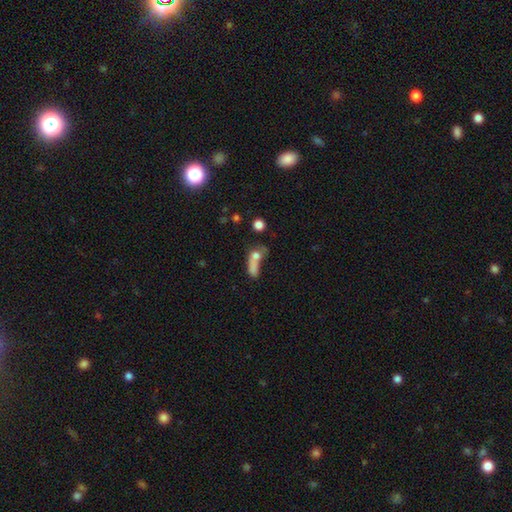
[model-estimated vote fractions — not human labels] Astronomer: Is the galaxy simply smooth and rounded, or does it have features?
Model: smooth — 56%.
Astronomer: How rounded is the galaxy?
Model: in between — 48% (runner-up: round, 32%).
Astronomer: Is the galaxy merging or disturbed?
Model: merger — 46% (runner-up: none, 28%).